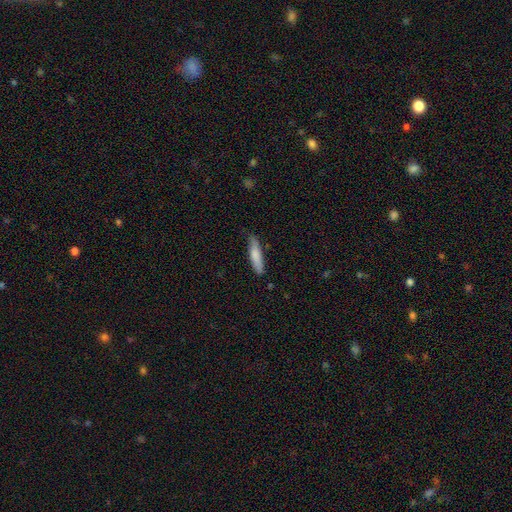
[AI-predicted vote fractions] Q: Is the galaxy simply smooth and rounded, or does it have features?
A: smooth — 77%.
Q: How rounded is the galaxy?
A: cigar-shaped — 82%.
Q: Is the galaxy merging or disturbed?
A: none — 78%.